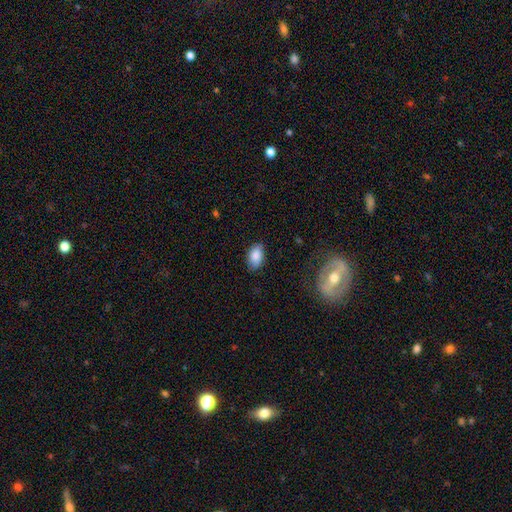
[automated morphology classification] Smooth or featured?
  - smooth: 87% *
  - star or artifact: 7%
  - featured or disk: 6%
How rounded?
  - in between: 92% *
  - round: 7%
  - cigar-shaped: 1%
Merging?
  - none: 83% *
  - minor disturbance: 13%
  - major disturbance: 3%
  - merger: 1%